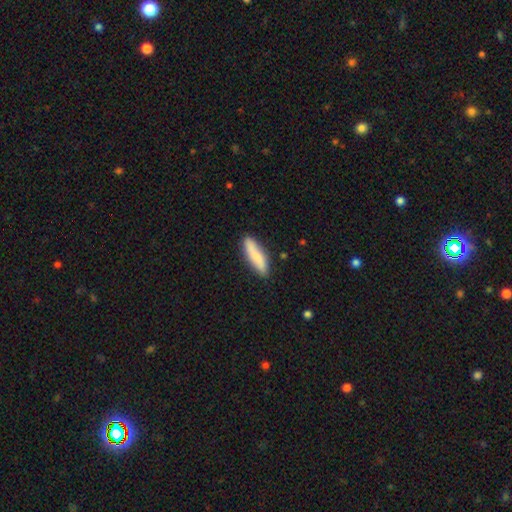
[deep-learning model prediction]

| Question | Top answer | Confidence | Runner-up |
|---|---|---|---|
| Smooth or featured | smooth | 77% | featured or disk (18%) |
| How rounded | cigar-shaped | 70% | in between (28%) |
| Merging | none | 84% | minor disturbance (12%) |